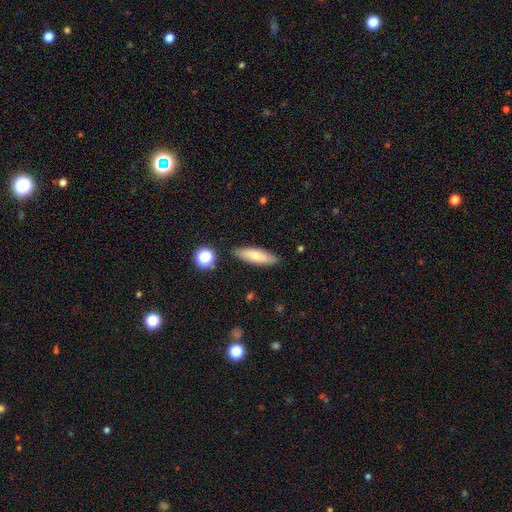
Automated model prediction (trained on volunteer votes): Q: Smooth or featured?
A: smooth (71%); runner-up: featured or disk (21%)
Q: How rounded?
A: cigar-shaped (61%); runner-up: in between (37%)
Q: Merging?
A: none (87%); runner-up: minor disturbance (9%)